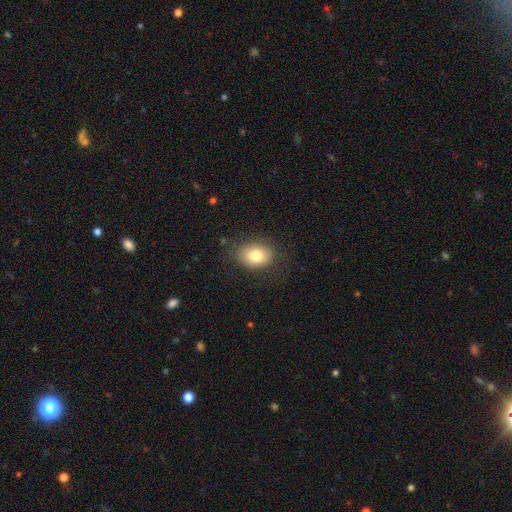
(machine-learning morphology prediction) This appears to be a smooth galaxy with no disk features (80%) that is in between round and cigar-shaped (72%). Merging: none (79%).